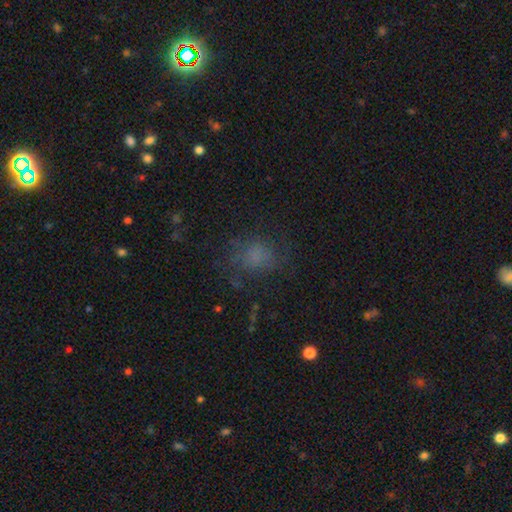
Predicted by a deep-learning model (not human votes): A smooth galaxy with no disk features (65%) that is round (63%). Merging: none (64%).